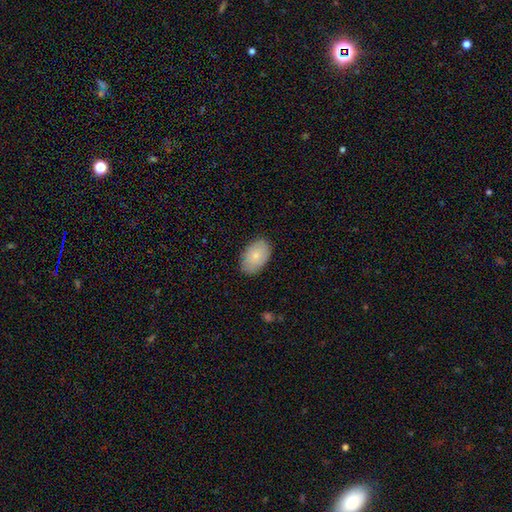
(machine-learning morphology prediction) Overall: smooth (81%). How rounded: in between (92%). Merging: none (85%).